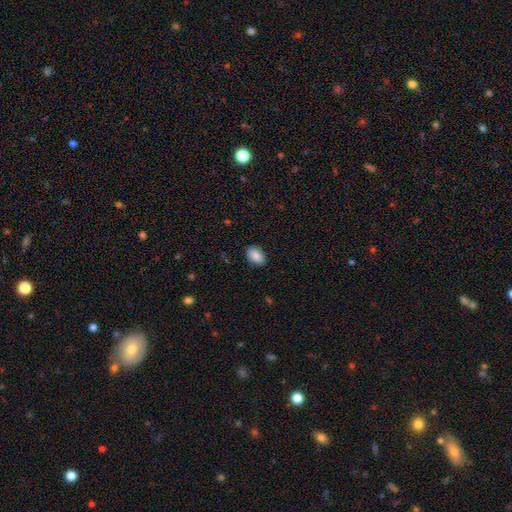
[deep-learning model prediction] smooth_or_featured: smooth (p=0.88) [alt: star or artifact p=0.07]
how_rounded: in between (p=0.85) [alt: round p=0.13]
merging: none (p=0.88) [alt: minor disturbance p=0.09]